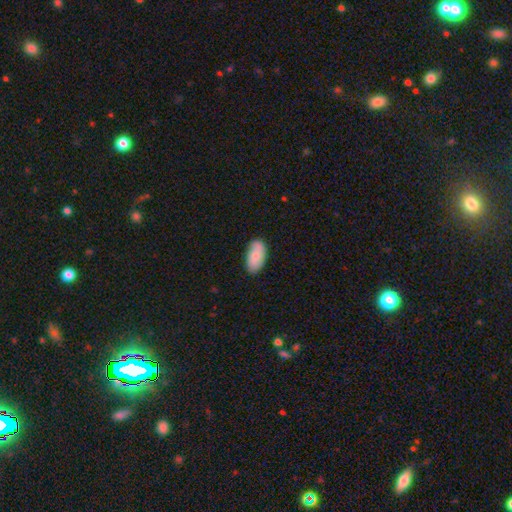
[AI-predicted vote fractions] This is likely a smooth galaxy (77%). How rounded: clearly in between (94%). Merging: likely none (77%).